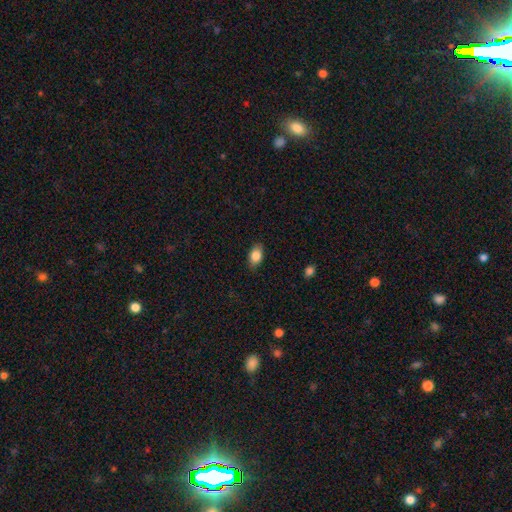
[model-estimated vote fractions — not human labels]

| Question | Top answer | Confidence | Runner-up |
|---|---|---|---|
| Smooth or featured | smooth | 84% | featured or disk (8%) |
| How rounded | in between | 87% | round (10%) |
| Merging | none | 84% | minor disturbance (12%) |